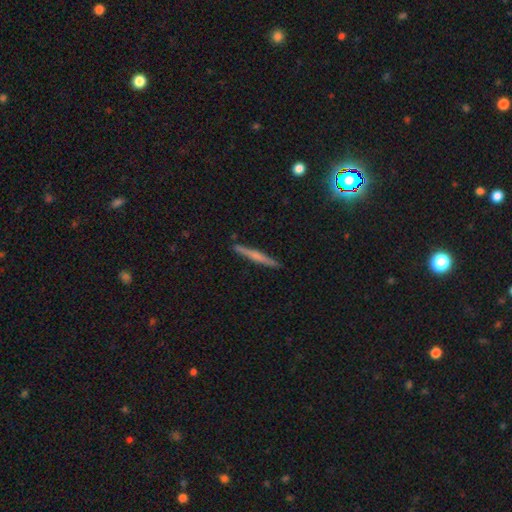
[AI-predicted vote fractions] This is possibly a featured or disk galaxy (51%). It is clearly viewed edge-on (98%). Merging: clearly none (91%).